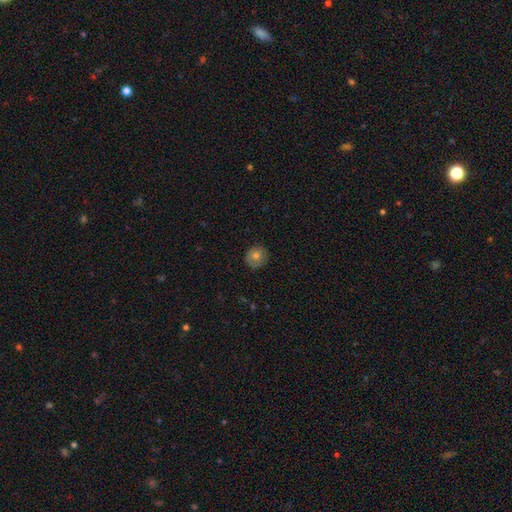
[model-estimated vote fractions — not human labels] Smooth or featured? Predicted: smooth (p=0.70). How rounded? Predicted: round (p=0.87). Merging? Predicted: none (p=0.83).